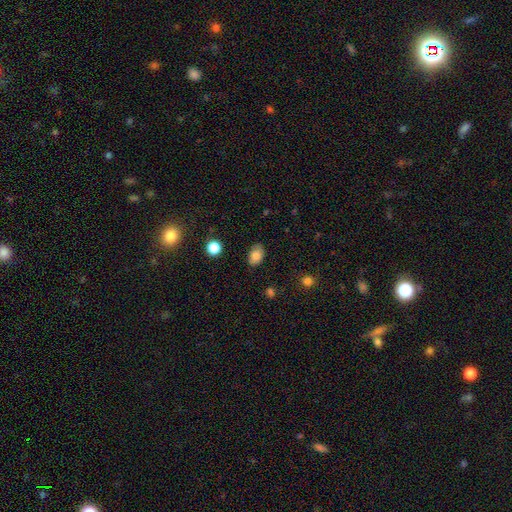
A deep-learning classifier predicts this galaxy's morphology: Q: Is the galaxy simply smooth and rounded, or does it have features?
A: smooth — 81%.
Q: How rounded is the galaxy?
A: in between — 85%.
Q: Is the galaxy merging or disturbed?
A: none — 81%.